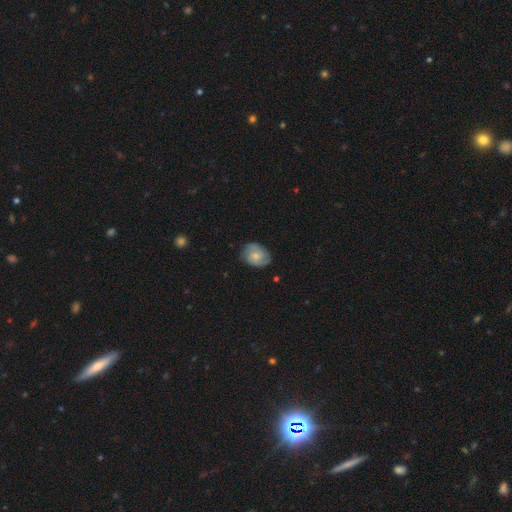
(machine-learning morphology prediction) Overall: featured or disk (56%; smooth 37%). Edge-on disk: no (97%). Bar: no (67%; weak 29%). Spiral arms: yes (90%). Bulge size: small (47%; moderate 41%). Merging: none (76%).